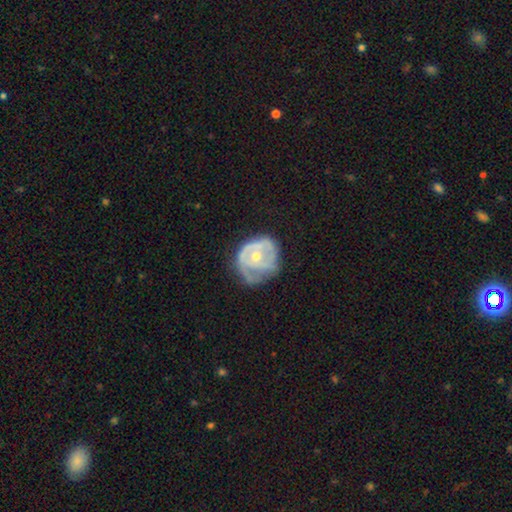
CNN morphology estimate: This appears to be a featured or disk galaxy (70%) with no bar (77%), spiral arms (67%) and a moderate central bulge (54%). Merging: none (41%).